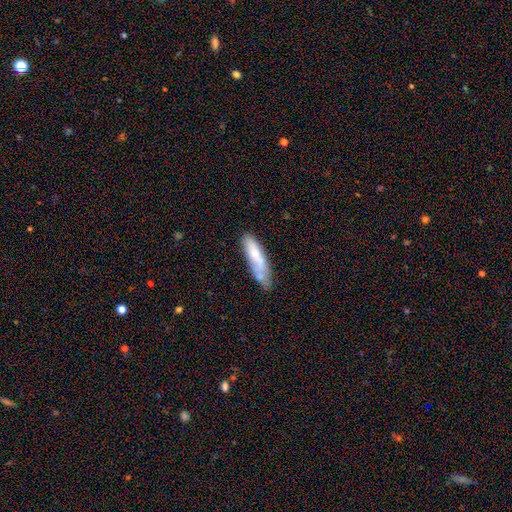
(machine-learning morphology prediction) Smooth or featured: smooth — 66% (featured or disk — 28%)
How rounded: cigar-shaped — 64% (in between — 34%)
Merging: none — 53% (minor disturbance — 24%)